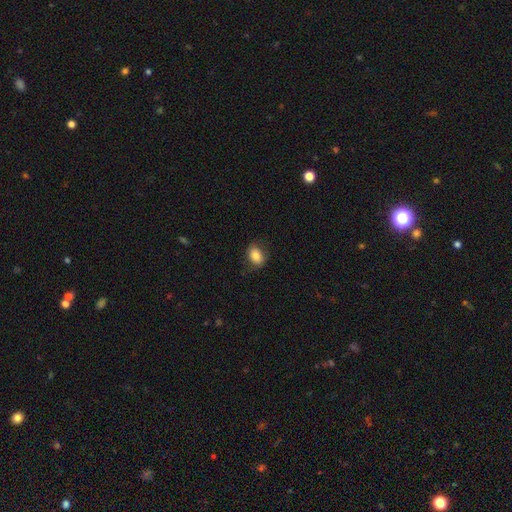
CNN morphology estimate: Smooth or featured? smooth (82%)
How rounded? in between (70%)
Merging? none (78%)